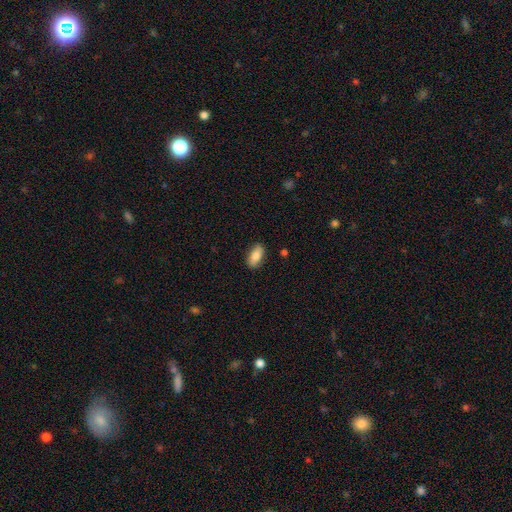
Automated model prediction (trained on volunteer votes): smooth-or-featured: smooth: 81% | featured or disk: 12% | star or artifact: 7%
  how-rounded: in between: 86% | cigar-shaped: 10% | round: 3%
  merging: none: 86% | minor disturbance: 10% | major disturbance: 2% | merger: 1%